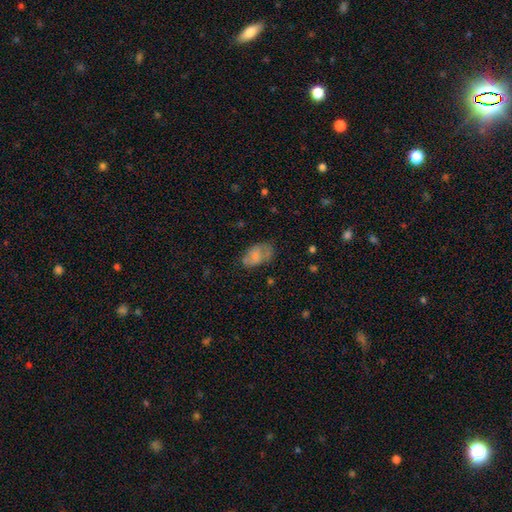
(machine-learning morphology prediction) A smooth galaxy with no disk features (64%) that is in between round and cigar-shaped (90%). Merging: none (54%).